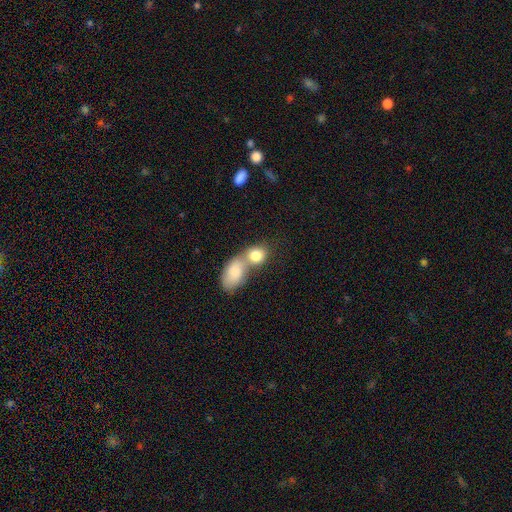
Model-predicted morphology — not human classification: smooth_or_featured: smooth (p=0.81) [alt: featured or disk p=0.11]
how_rounded: in between (p=0.52) [alt: round p=0.45]
merging: merger (p=0.64) [alt: none p=0.26]